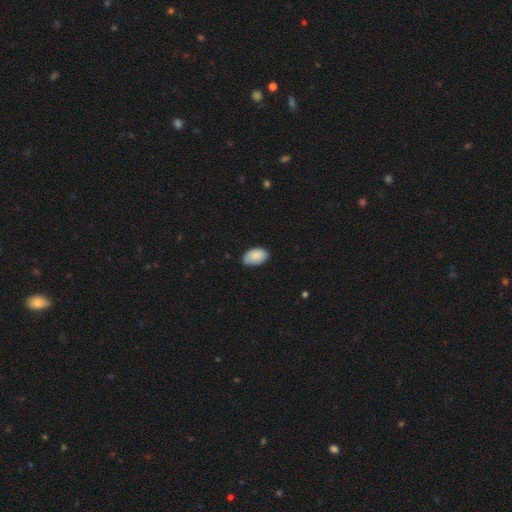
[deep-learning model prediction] The model was most divided on "merging": none: 72%, minor disturbance: 24%, major disturbance: 3%, merger: 1%. More confident: how rounded — in between (91%); smooth or featured — smooth (87%).